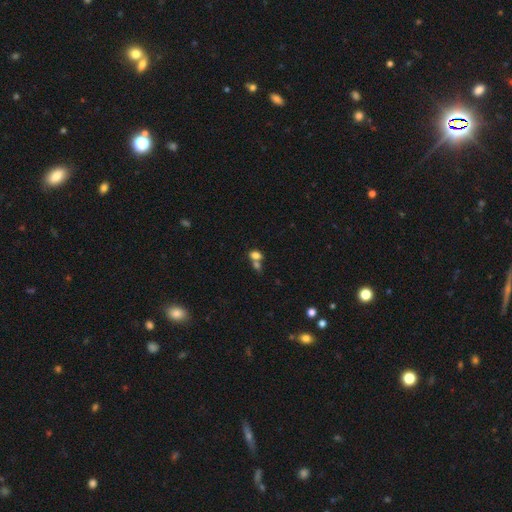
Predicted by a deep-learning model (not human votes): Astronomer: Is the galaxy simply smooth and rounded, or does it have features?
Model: smooth — 76%.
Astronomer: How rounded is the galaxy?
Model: in between — 70%.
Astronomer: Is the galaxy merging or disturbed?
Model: merger — 54% (runner-up: none, 33%).